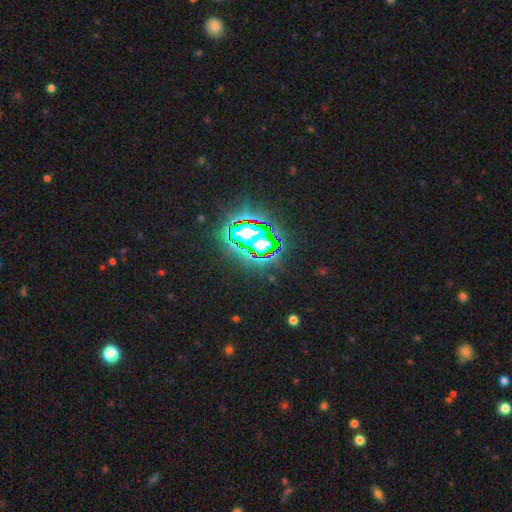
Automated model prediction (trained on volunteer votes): Morphology: type=star or artifact (82%).